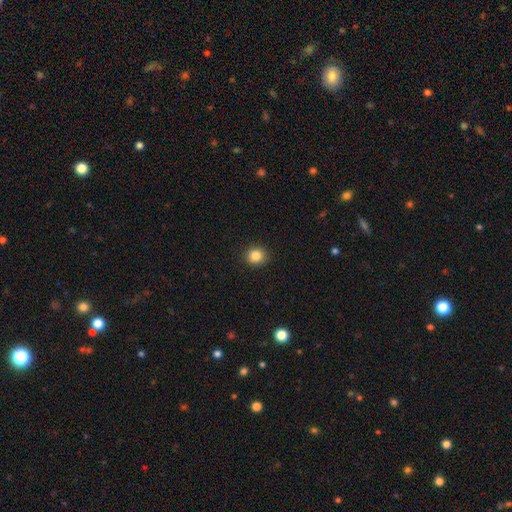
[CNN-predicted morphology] This is clearly a smooth galaxy (84%). How rounded: clearly round (82%). Merging: clearly none (91%).